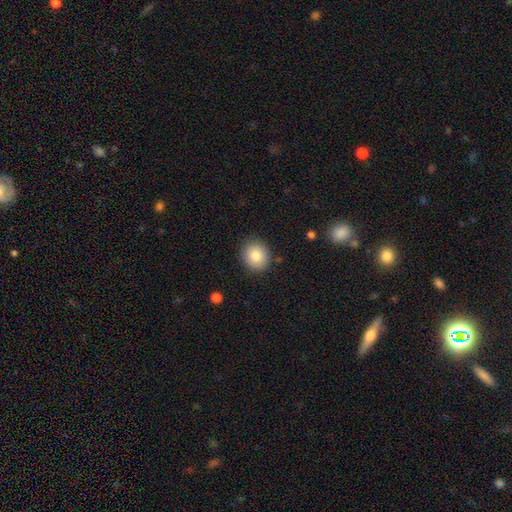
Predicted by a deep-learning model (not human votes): This appears to be a smooth galaxy with no disk features (82%) that is round (80%). Merging: none (88%).